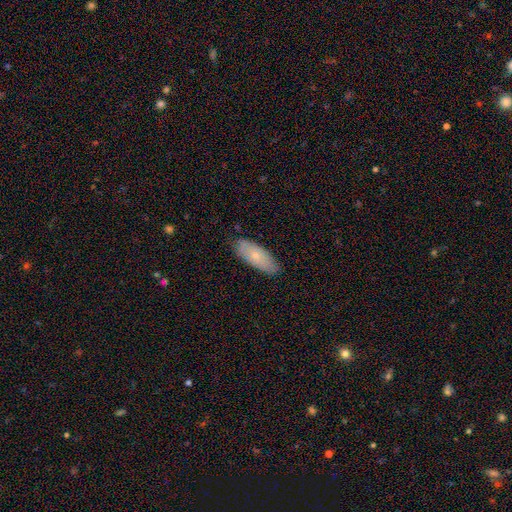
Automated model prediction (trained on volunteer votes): Smooth or featured? Predicted: smooth (p=0.69). How rounded? Predicted: in between (p=0.78). Merging? Predicted: none (p=0.81).